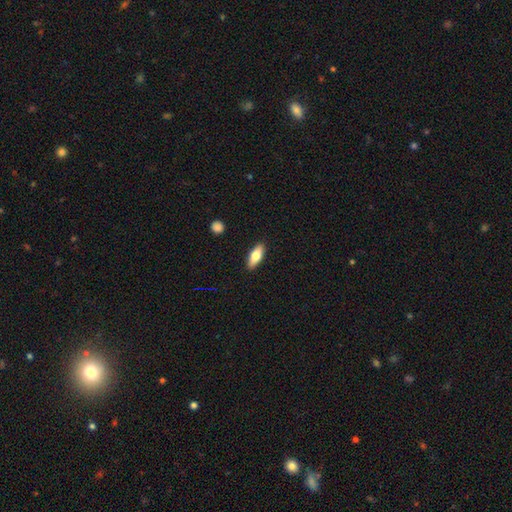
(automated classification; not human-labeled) Overall: smooth (70%). How rounded: in between (70%). Merging: none (90%).